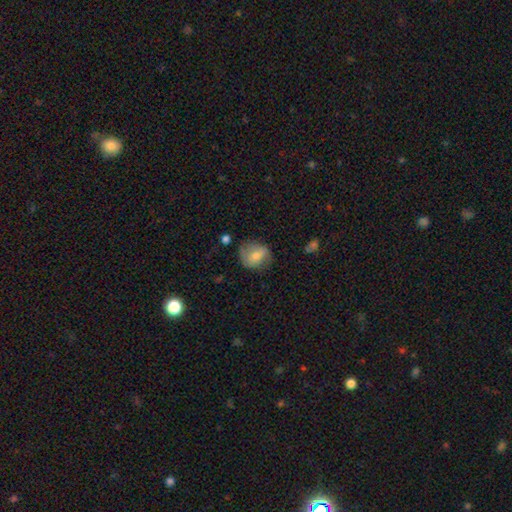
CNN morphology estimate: Smooth or featured: smooth — 65% (featured or disk — 27%)
How rounded: round — 69% (in between — 30%)
Merging: none — 64% (minor disturbance — 25%)